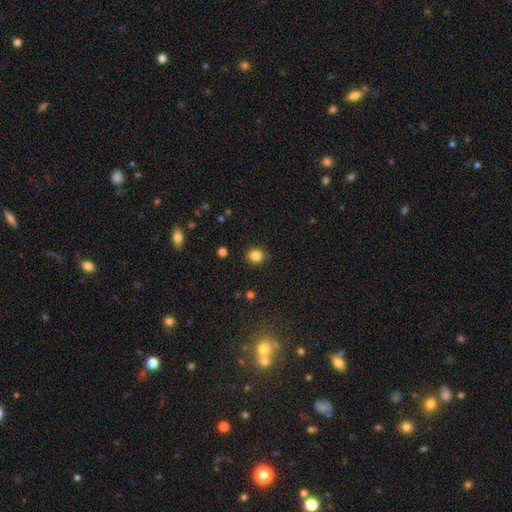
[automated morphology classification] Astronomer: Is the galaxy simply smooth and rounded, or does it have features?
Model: smooth — 84%.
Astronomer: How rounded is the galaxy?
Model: round — 77%.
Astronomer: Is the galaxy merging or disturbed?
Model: none — 89%.